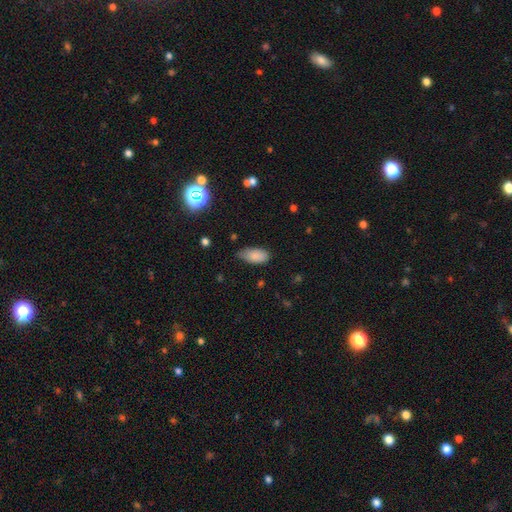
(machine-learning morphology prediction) Smooth or featured? Predicted: smooth (p=0.83). How rounded? Predicted: in between (p=0.92). Merging? Predicted: none (p=0.64).